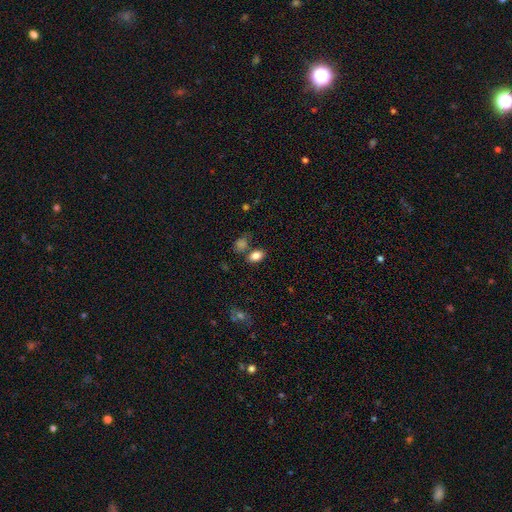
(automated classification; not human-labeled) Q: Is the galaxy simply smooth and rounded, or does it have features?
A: smooth — 84%.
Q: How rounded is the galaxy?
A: in between — 84%.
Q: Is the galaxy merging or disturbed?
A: none — 69%.